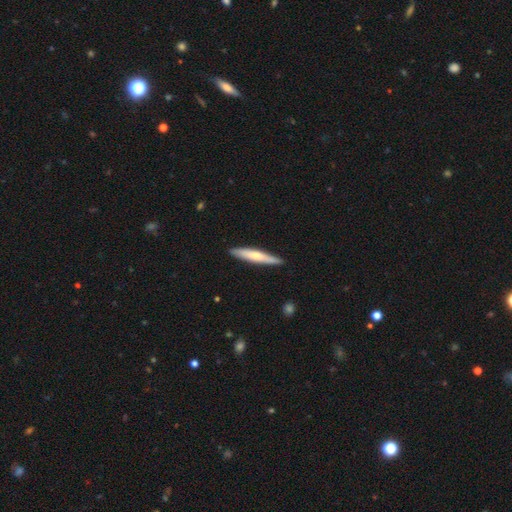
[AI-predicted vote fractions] Smooth or featured? smooth (53%)
How rounded? cigar-shaped (93%)
Merging? none (90%)